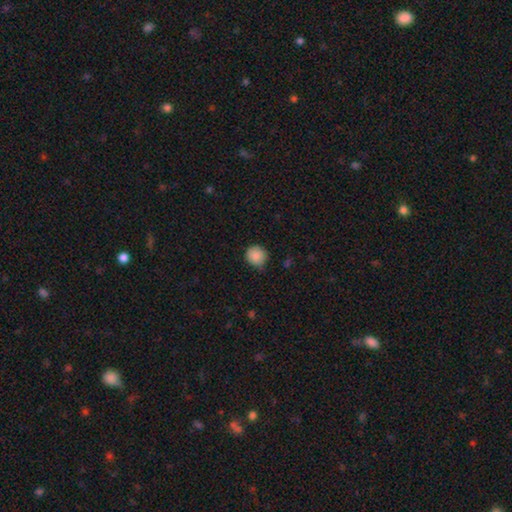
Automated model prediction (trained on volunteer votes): Overall: smooth (88%). How rounded: round (89%). Merging: none (78%).